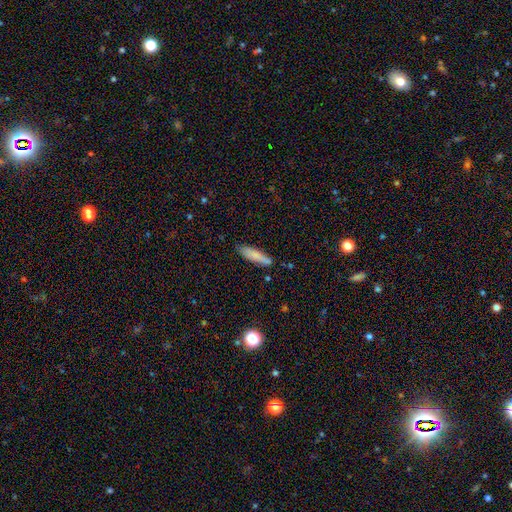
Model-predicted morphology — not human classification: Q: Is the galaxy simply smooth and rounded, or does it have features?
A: smooth — 79%.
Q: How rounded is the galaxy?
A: cigar-shaped — 76%.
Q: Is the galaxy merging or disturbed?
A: none — 78%.